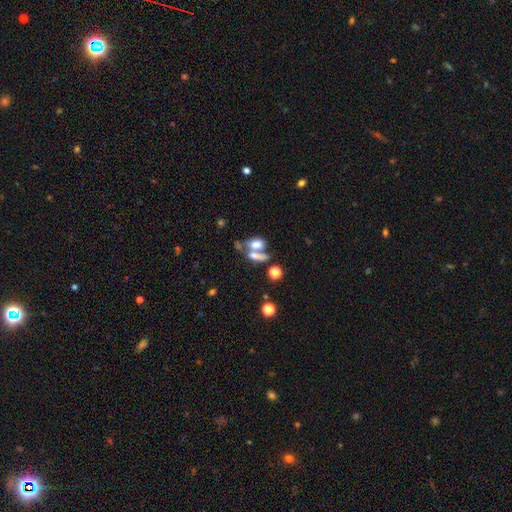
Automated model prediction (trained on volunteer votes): Overall: smooth (67%). How rounded: in between (67%). Merging: merger (54%; none 31%).